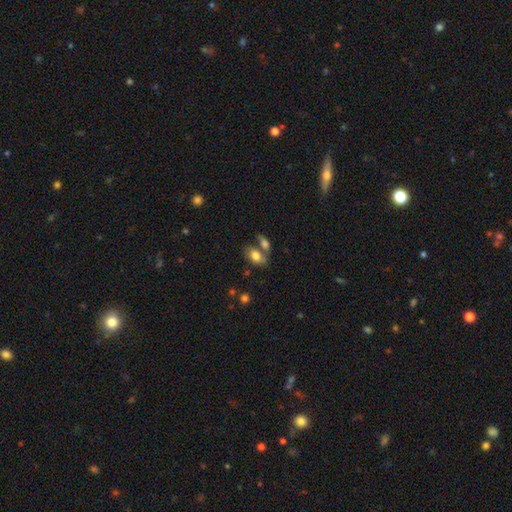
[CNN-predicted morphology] type=smooth (75%); roundness=in between (87%); merging=merger (43%).